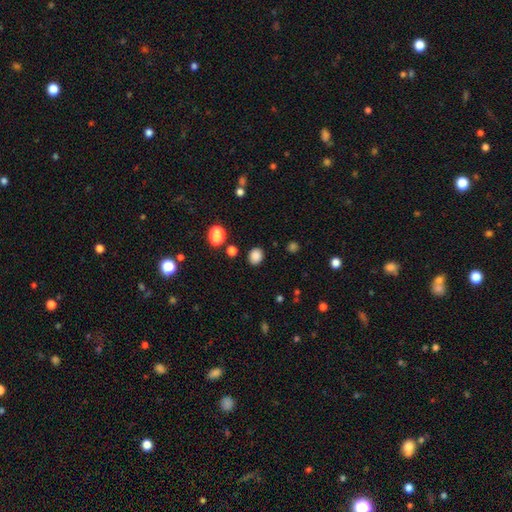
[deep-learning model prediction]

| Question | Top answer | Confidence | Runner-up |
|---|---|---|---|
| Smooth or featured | smooth | 83% | star or artifact (13%) |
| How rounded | round | 65% | in between (34%) |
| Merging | none | 86% | minor disturbance (8%) |